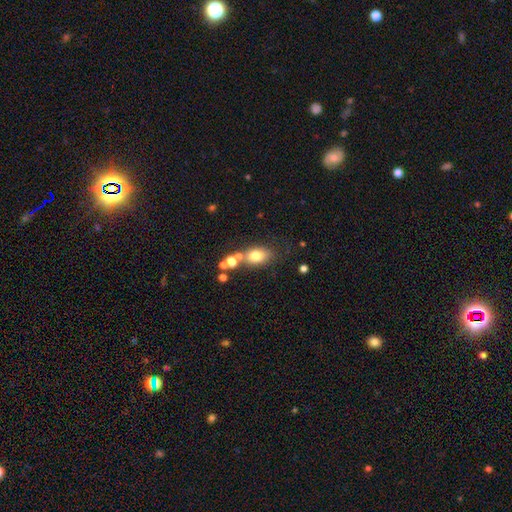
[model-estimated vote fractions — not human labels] This appears to be a smooth galaxy with no disk features (75%) that is in between round and cigar-shaped (77%). Merging: none (60%).